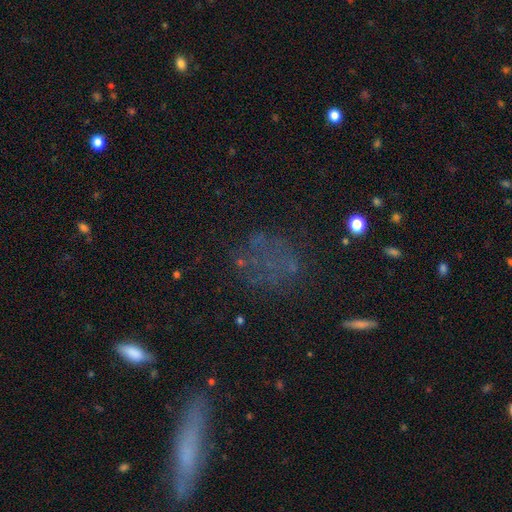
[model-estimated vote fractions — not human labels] Q: Smooth or featured?
A: smooth (43%); runner-up: star or artifact (35%)
Q: Merging?
A: none (67%); runner-up: minor disturbance (16%)